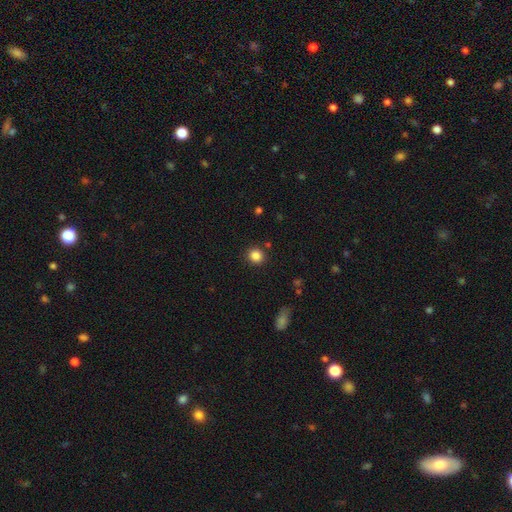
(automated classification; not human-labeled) Smooth or featured: smooth — 85% (star or artifact — 11%)
How rounded: round — 87% (in between — 12%)
Merging: none — 88% (minor disturbance — 7%)